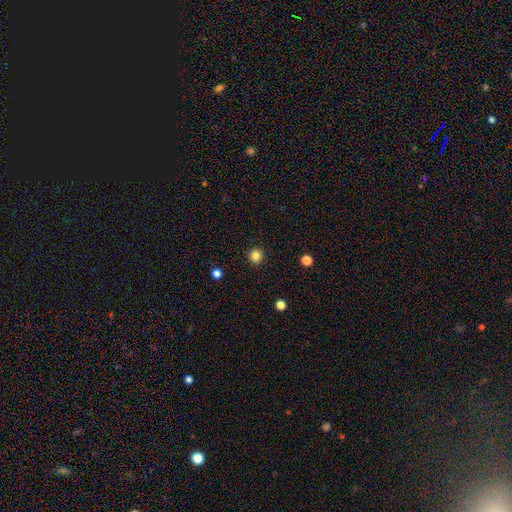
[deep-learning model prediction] A smooth galaxy with no disk features (84%) that is round (91%).

Vote fractions:
- Smooth or featured? smooth: 84% / star or artifact: 12% / featured or disk: 4%
- How rounded? round: 91% / in between: 8% / cigar-shaped: 1%
- Merging? none: 92% / minor disturbance: 5% / major disturbance: 2% / merger: 1%